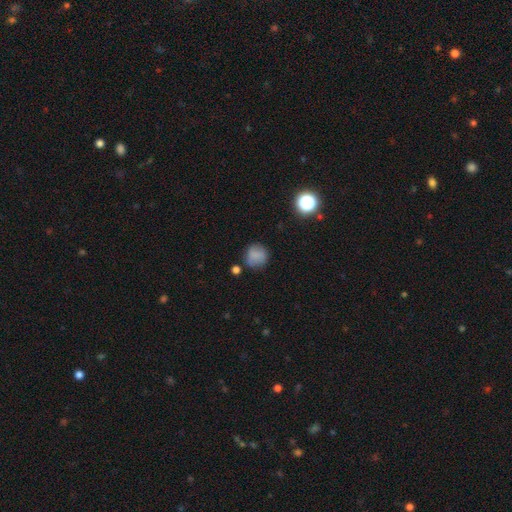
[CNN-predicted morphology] This is likely a smooth galaxy (80%). How rounded: clearly round (87%). Merging: likely none (73%).